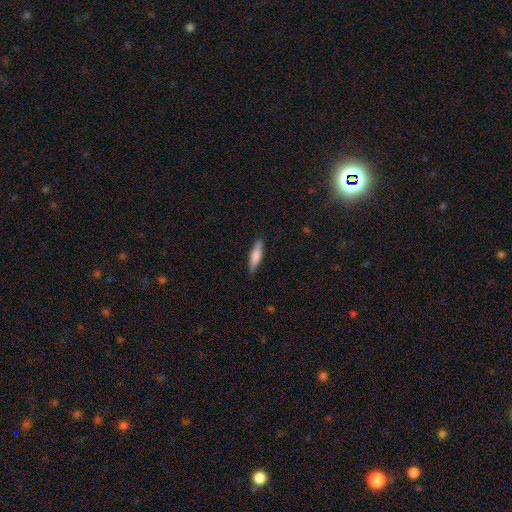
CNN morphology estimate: smooth_or_featured: smooth (p=0.63) [alt: featured or disk p=0.31]
how_rounded: cigar-shaped (p=0.77) [alt: in between p=0.21]
merging: none (p=0.87) [alt: minor disturbance p=0.10]